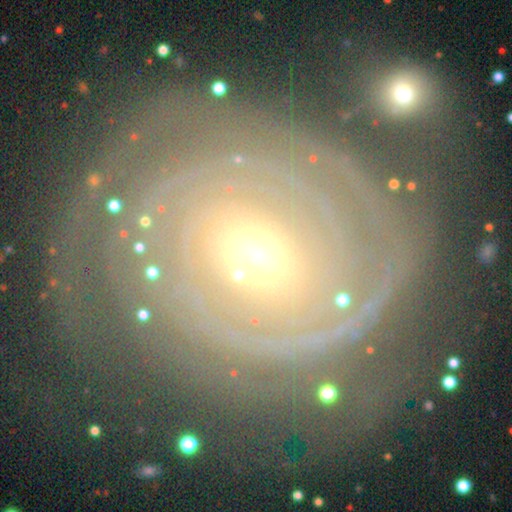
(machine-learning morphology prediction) Smooth or featured? Predicted: featured or disk (p=0.80). Edge-on disk? Predicted: no (p=0.96). Bar? Predicted: no (p=0.60). Spiral arms? Predicted: yes (p=0.89). Spiral winding? Predicted: tight (p=0.82). Spiral arm count? Predicted: can't tell (p=0.45). Bulge size? Predicted: moderate (p=0.50). Merging? Predicted: none (p=0.72).